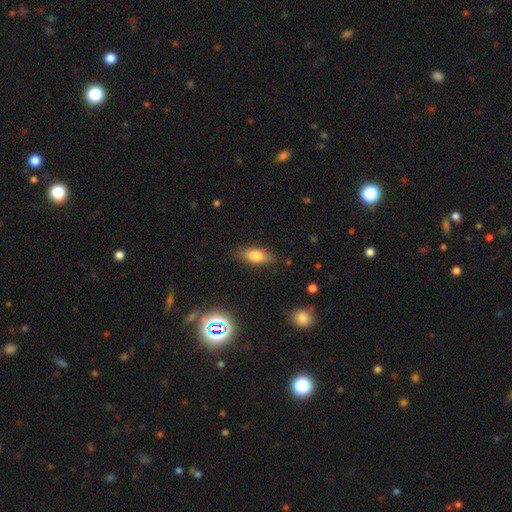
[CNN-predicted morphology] The model was most divided on "how rounded": in between: 76%, cigar-shaped: 19%, round: 5%. More confident: merging — none (83%); smooth or featured — smooth (74%).